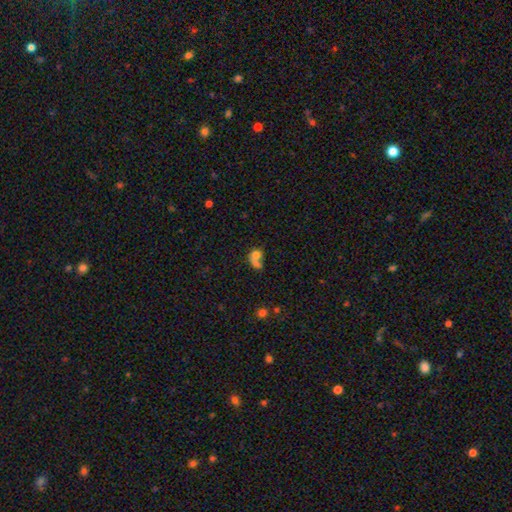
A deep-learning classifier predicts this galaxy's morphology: Smooth or featured: smooth — 63% (featured or disk — 24%)
How rounded: round — 52% (in between — 45%)
Merging: merger — 43% (none — 25%)